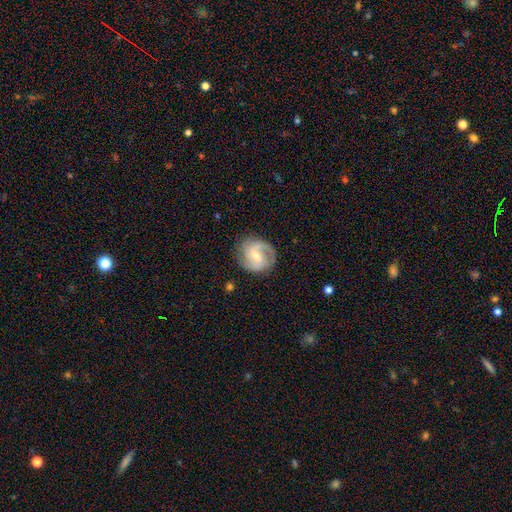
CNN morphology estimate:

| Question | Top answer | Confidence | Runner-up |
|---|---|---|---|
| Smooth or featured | featured or disk | 80% | smooth (14%) |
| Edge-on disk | no | 98% | yes (2%) |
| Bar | weak | 56% | no (25%) |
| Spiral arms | yes | 95% | no (5%) |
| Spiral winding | medium | 50% | tight (26%) |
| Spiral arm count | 2 | 73% | 3 (9%) |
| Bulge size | small | 55% | moderate (38%) |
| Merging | none | 77% | minor disturbance (15%) |